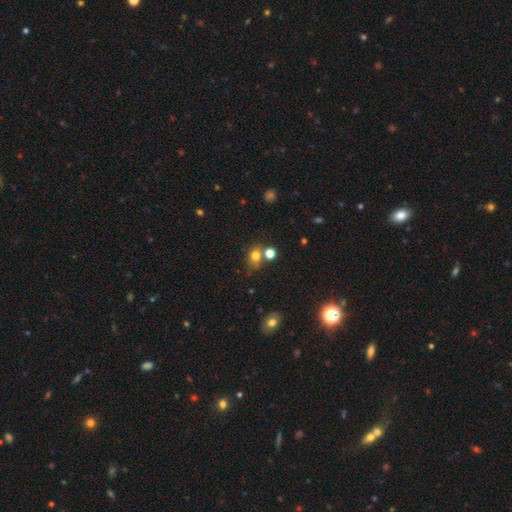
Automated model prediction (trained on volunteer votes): A smooth galaxy with no disk features (74%) that is round (58%). Merging: none (56%).